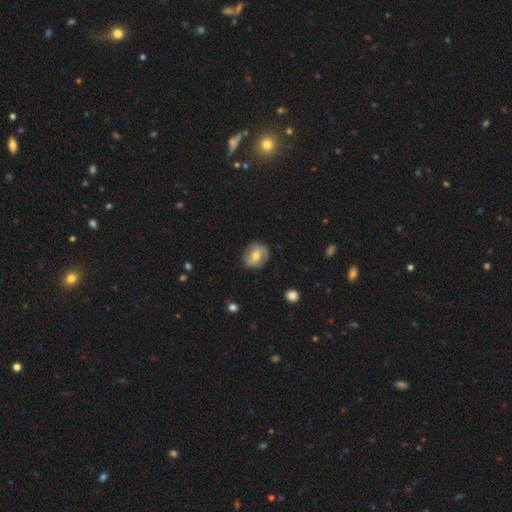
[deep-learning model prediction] Morphology: type=smooth (52%); roundness=round (74%); merging=none (82%).